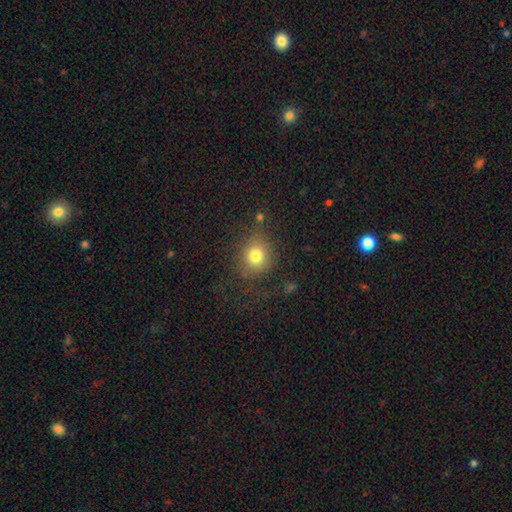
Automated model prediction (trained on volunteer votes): Overall: smooth (77%). How rounded: round (80%). Merging: none (73%).